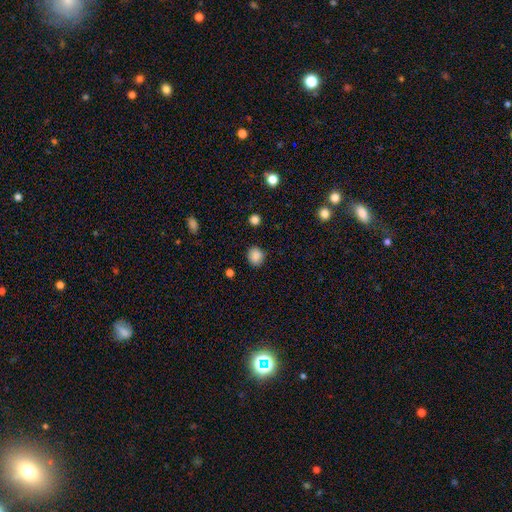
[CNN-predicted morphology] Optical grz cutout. It shows a smooth galaxy with no disk features (87%) that is round (78%). Merging: none (86%).